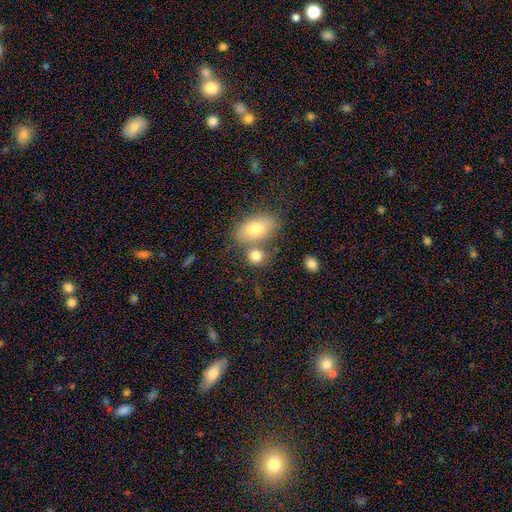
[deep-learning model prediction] Smooth or featured? Predicted: smooth (p=0.80). How rounded? Predicted: round (p=0.57). Merging? Predicted: none (p=0.51).